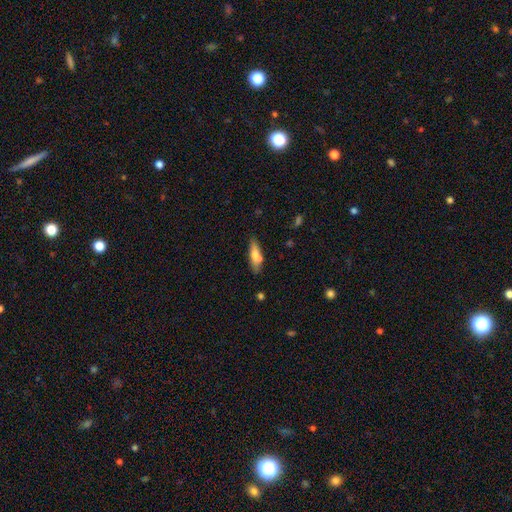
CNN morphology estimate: This is likely a smooth galaxy (70%). How rounded: possibly cigar-shaped (55%). Merging: likely none (71%).